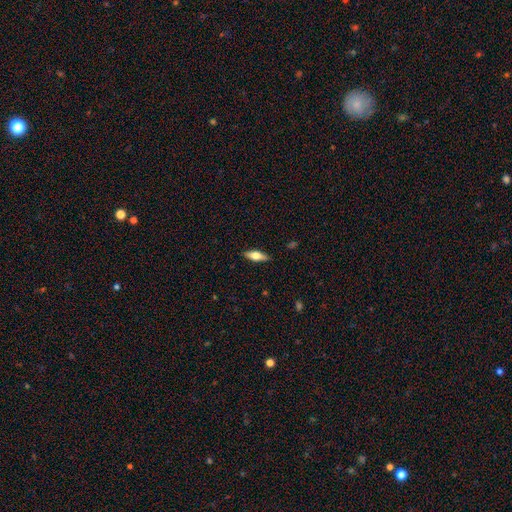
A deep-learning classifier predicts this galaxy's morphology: smooth_or_featured: smooth (p=0.57) [alt: featured or disk p=0.36]
how_rounded: in between (p=0.64) [alt: cigar-shaped p=0.33]
merging: none (p=0.88) [alt: minor disturbance p=0.09]